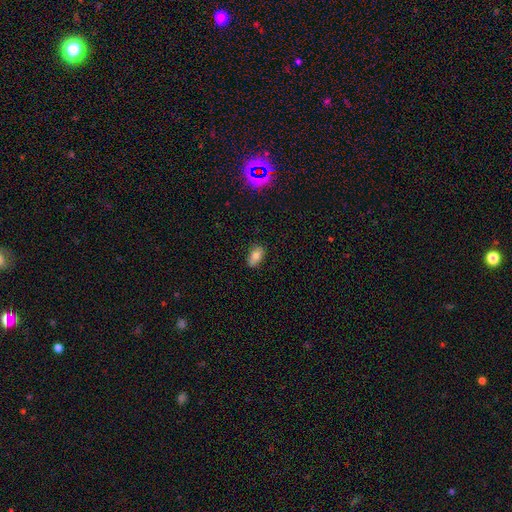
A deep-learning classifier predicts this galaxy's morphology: A smooth galaxy with no disk features (75%) that is in between round and cigar-shaped (88%).

Vote fractions:
- Smooth or featured? smooth: 75% / featured or disk: 16% / star or artifact: 9%
- How rounded? in between: 88% / round: 9% / cigar-shaped: 3%
- Merging? none: 71% / minor disturbance: 21% / merger: 4% / major disturbance: 4%